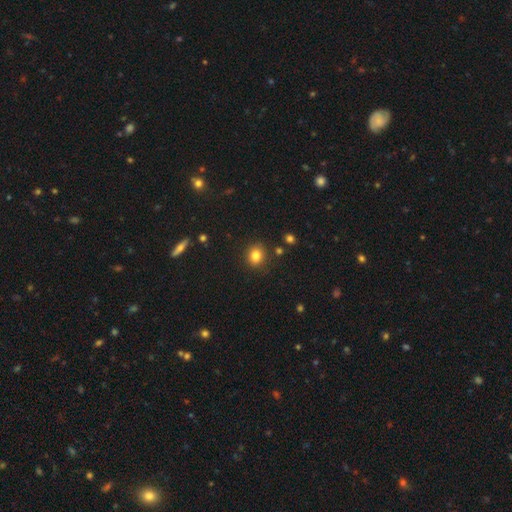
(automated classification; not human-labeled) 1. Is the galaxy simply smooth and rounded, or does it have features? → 83% smooth, 11% star or artifact, 6% featured or disk.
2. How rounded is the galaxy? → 72% round, 27% in between, 1% cigar-shaped.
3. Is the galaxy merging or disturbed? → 87% none, 9% minor disturbance, 2% major disturbance, 2% merger.